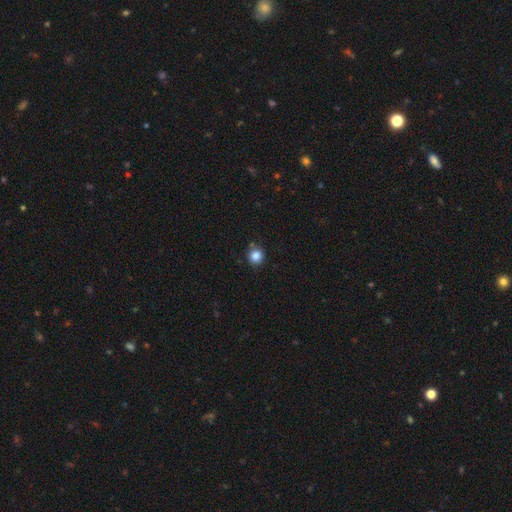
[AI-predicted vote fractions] Smooth or featured?
  - smooth: 85% *
  - star or artifact: 11%
  - featured or disk: 4%
How rounded?
  - round: 91% *
  - in between: 8%
  - cigar-shaped: 1%
Merging?
  - none: 80% *
  - minor disturbance: 12%
  - merger: 5%
  - major disturbance: 3%